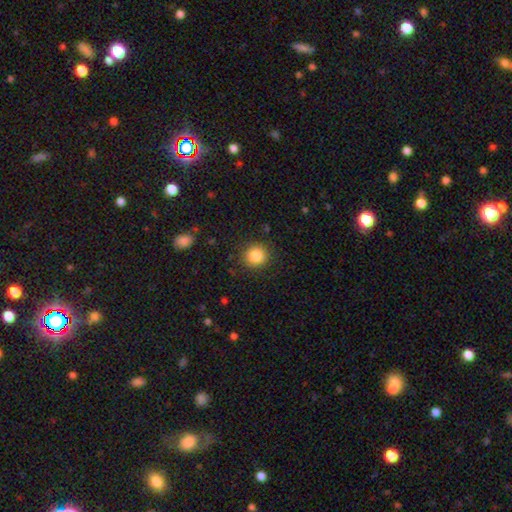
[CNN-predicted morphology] Smooth or featured? Predicted: smooth (p=0.86). How rounded? Predicted: round (p=0.89). Merging? Predicted: none (p=0.88).